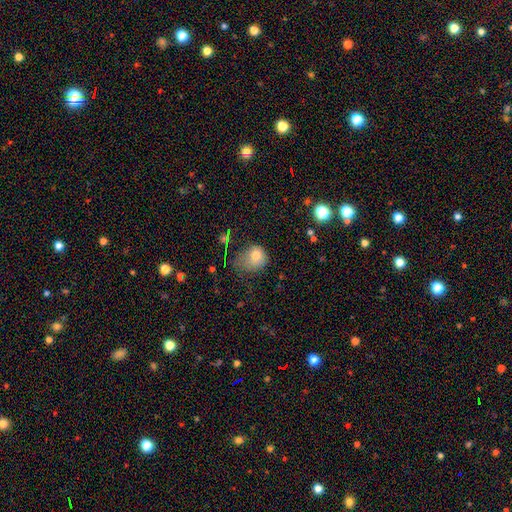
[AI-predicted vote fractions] smooth-or-featured: smooth: 76% | featured or disk: 12% | star or artifact: 11%
  how-rounded: round: 60% | in between: 39% | cigar-shaped: 1%
  merging: minor disturbance: 36% | major disturbance: 34% | none: 27% | merger: 4%